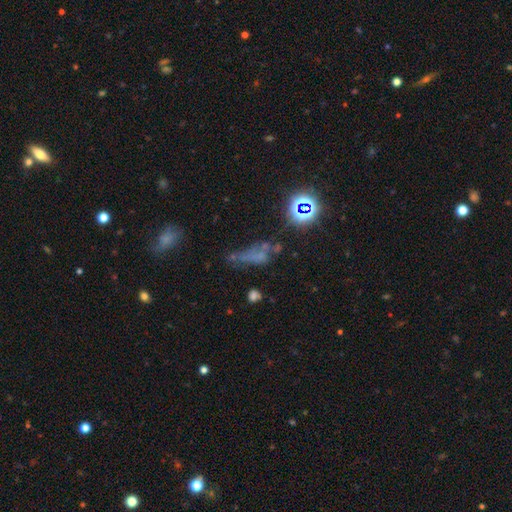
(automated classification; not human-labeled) smooth 41%, star or artifact 36%, featured or disk 23%. Down the decision tree: merging — none (38%).